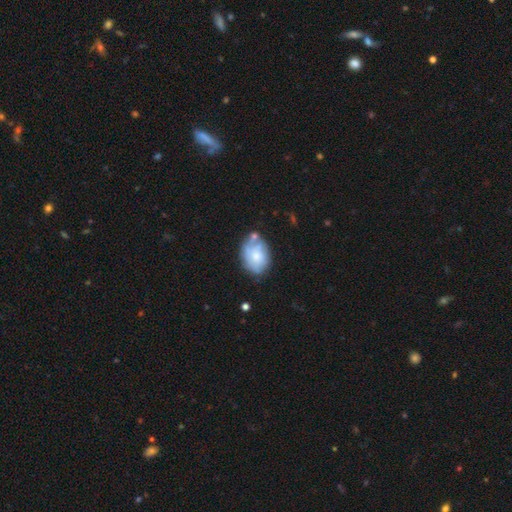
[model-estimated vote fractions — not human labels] This appears to be a smooth galaxy with no disk features (55%) that is in between round and cigar-shaped (76%). Merging: none (51%).